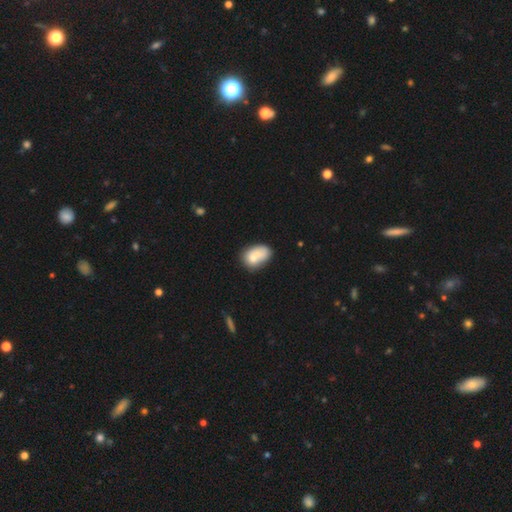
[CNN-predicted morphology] smooth 73%, featured or disk 19%, star or artifact 8%. Down the decision tree: how rounded — in between (81%); merging — merger (38%).